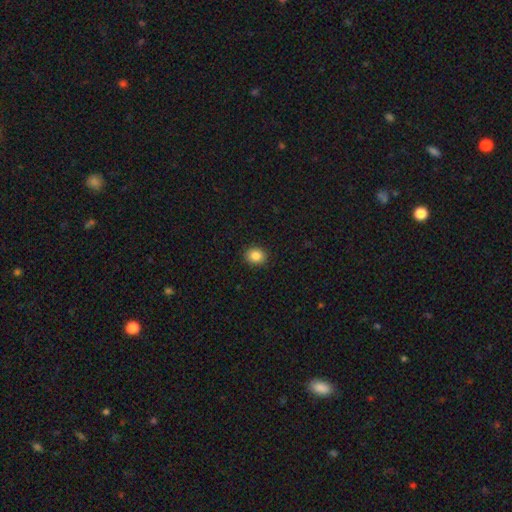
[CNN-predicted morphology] This is clearly a smooth galaxy (86%). How rounded: likely round (68%). Merging: clearly none (91%).